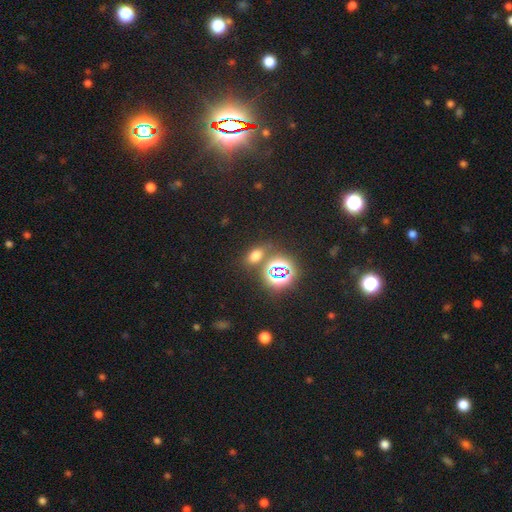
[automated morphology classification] Q: Smooth or featured?
A: smooth (57%); runner-up: star or artifact (35%)
Q: How rounded?
A: in between (75%); runner-up: round (22%)
Q: Merging?
A: none (75%); runner-up: merger (11%)